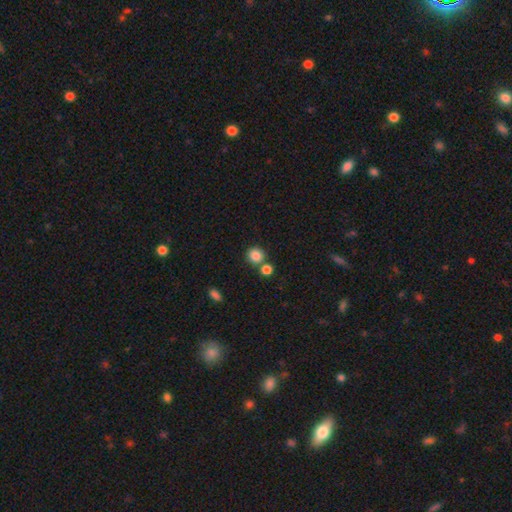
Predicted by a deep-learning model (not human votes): Smooth or featured: smooth — 85% (star or artifact — 10%)
How rounded: round — 88% (in between — 11%)
Merging: none — 68% (merger — 22%)